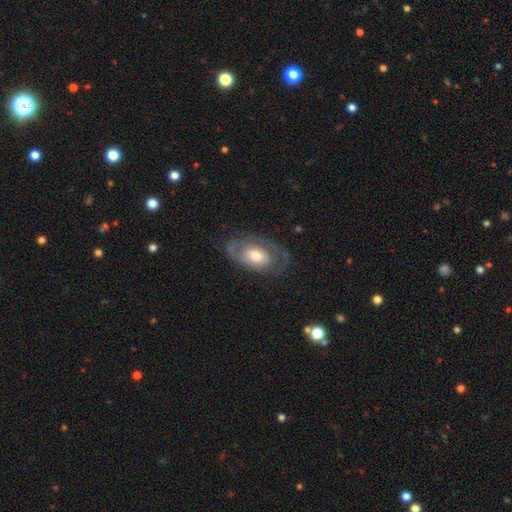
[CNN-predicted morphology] smooth-or-featured: featured or disk: 59% | smooth: 35% | star or artifact: 5%
  disk-edge-on: no: 93% | yes: 7%
    bar: no: 79% | weak: 17% | strong: 4%
    has-spiral-arms: yes: 57% | no: 43%
    bulge-size: moderate: 58% | large: 27% | small: 12% | dominant: 2% | none: 1%
  merging: none: 64% | minor disturbance: 21% | major disturbance: 13% | merger: 1%